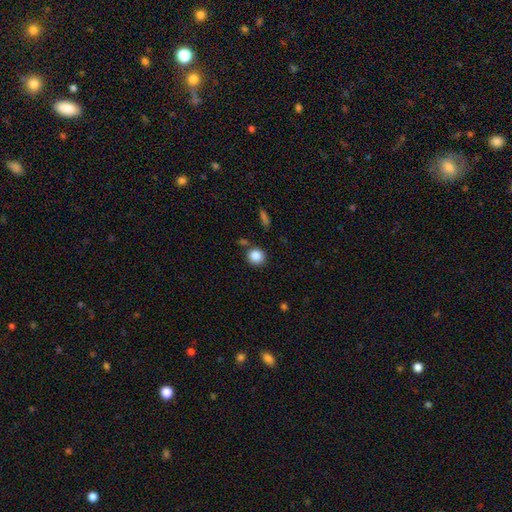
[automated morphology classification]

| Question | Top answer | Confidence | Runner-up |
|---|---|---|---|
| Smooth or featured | smooth | 86% | star or artifact (9%) |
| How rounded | round | 90% | in between (9%) |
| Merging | none | 83% | minor disturbance (9%) |